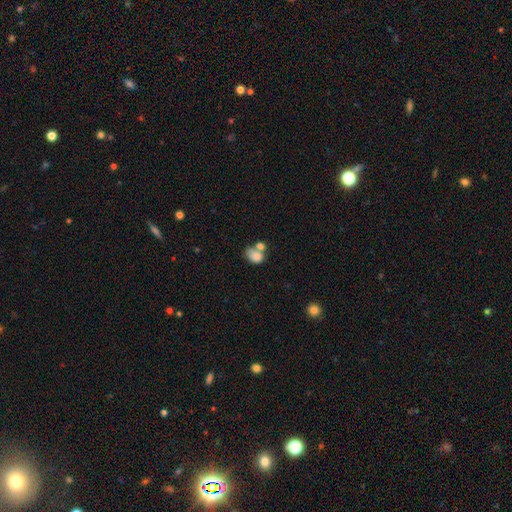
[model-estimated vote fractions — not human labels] Smooth or featured?
  - smooth: 77% *
  - featured or disk: 13%
  - star or artifact: 10%
How rounded?
  - in between: 65% *
  - round: 34%
  - cigar-shaped: 1%
Merging?
  - merger: 50% *
  - none: 28%
  - minor disturbance: 14%
  - major disturbance: 9%